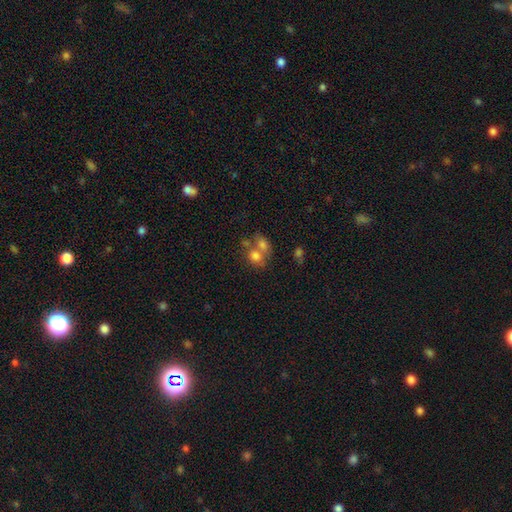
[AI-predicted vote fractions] A smooth galaxy with no disk features (72%) that is round (57%).

Vote fractions:
- Smooth or featured? smooth: 72% / featured or disk: 16% / star or artifact: 12%
- How rounded? round: 57% / in between: 42% / cigar-shaped: 1%
- Merging? merger: 57% / none: 28% / minor disturbance: 9% / major disturbance: 7%